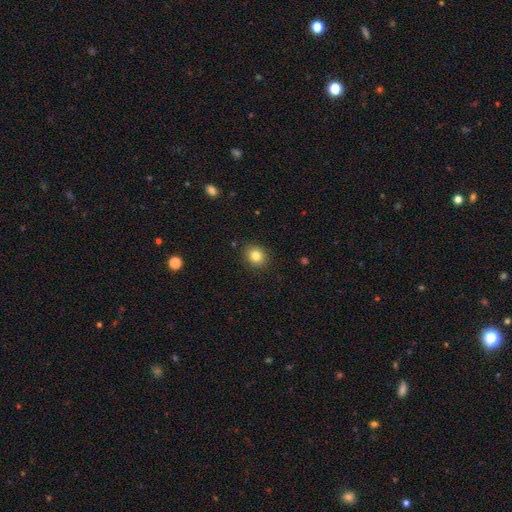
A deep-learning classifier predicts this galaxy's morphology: This is clearly a smooth galaxy (82%). How rounded: likely round (72%). Merging: clearly none (90%).